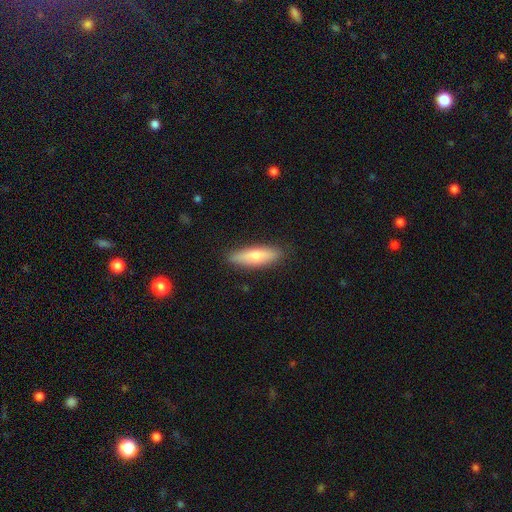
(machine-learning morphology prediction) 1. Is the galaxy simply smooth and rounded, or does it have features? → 66% smooth, 28% featured or disk, 6% star or artifact.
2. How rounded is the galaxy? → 63% cigar-shaped, 35% in between, 2% round.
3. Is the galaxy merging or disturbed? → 88% none, 9% minor disturbance, 2% major disturbance, 1% merger.